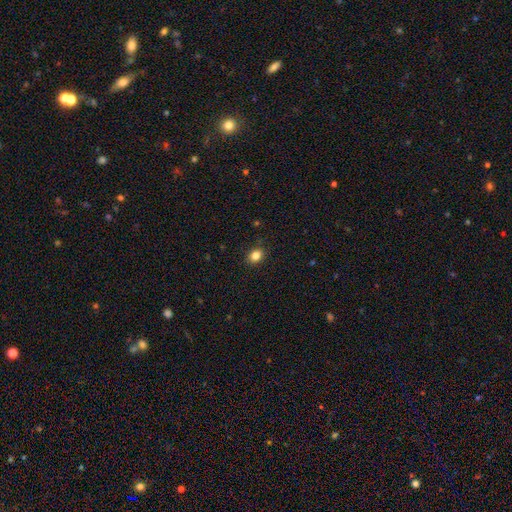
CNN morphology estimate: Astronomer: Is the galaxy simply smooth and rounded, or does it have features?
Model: smooth — 84%.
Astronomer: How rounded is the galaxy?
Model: in between — 57% (runner-up: round, 42%).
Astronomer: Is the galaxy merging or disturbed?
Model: none — 89%.